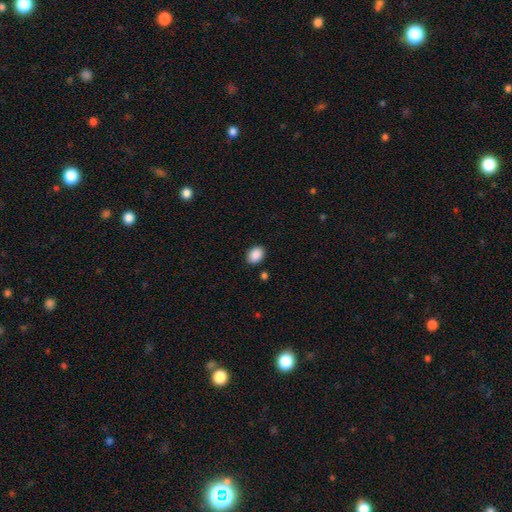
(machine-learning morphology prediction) Smooth or featured? smooth (90%)
How rounded? in between (71%)
Merging? none (88%)